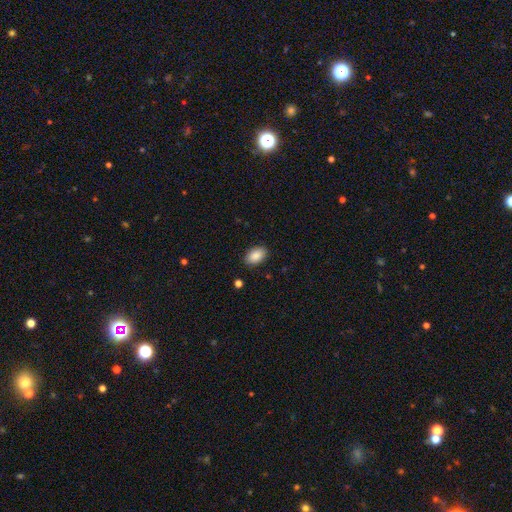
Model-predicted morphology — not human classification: Smooth or featured? smooth (89%)
How rounded? in between (90%)
Merging? none (88%)